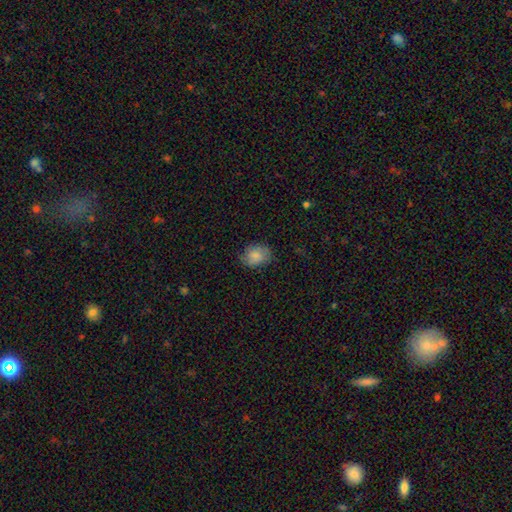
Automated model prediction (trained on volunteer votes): This is likely a smooth galaxy (78%). How rounded: possibly in between (59%). Merging: likely none (71%).